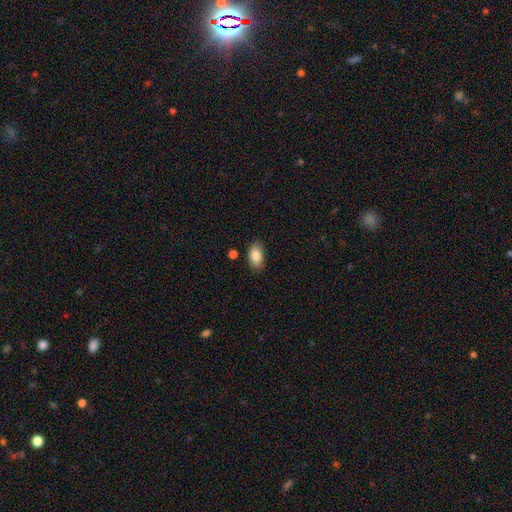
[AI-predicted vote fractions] This appears to be a smooth galaxy with no disk features (85%) that is in between round and cigar-shaped (92%). Merging: none (83%).